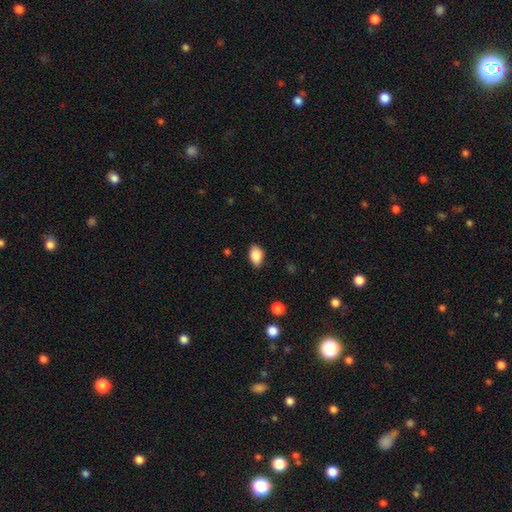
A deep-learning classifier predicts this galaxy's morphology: A smooth galaxy with no disk features (87%) that is in between round and cigar-shaped (88%). Merging: none (84%).